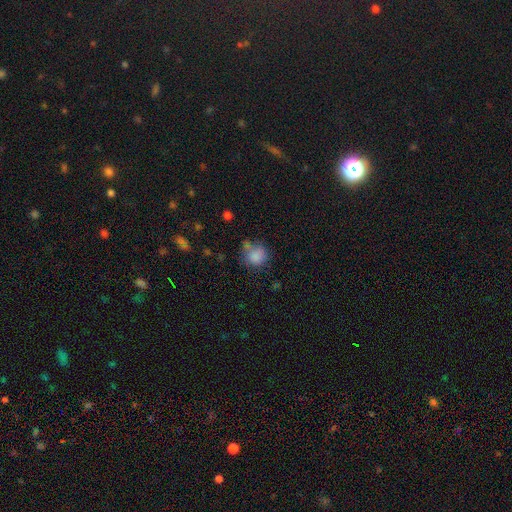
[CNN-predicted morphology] Smooth or featured?
  - smooth: 83% *
  - star or artifact: 10%
  - featured or disk: 7%
How rounded?
  - round: 81% *
  - in between: 18%
  - cigar-shaped: 1%
Merging?
  - none: 60% *
  - minor disturbance: 24%
  - major disturbance: 9%
  - merger: 7%